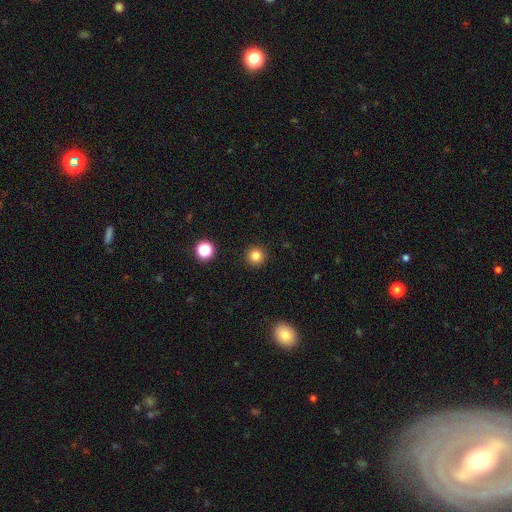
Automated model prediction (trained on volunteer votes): Smooth or featured? smooth (82%)
How rounded? round (96%)
Merging? none (93%)